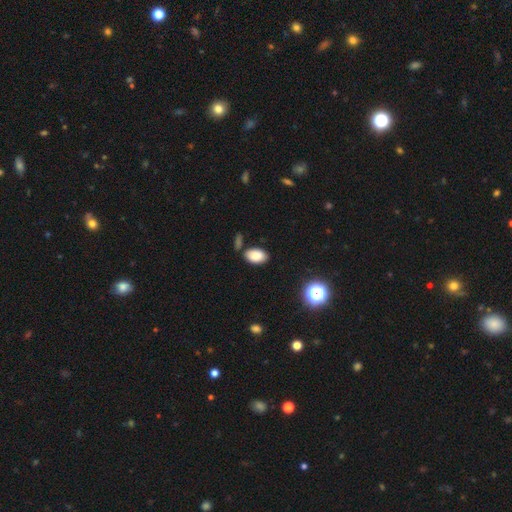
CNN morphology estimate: Smooth or featured: smooth — 86% (star or artifact — 9%)
How rounded: in between — 92% (round — 7%)
Merging: none — 76% (minor disturbance — 13%)